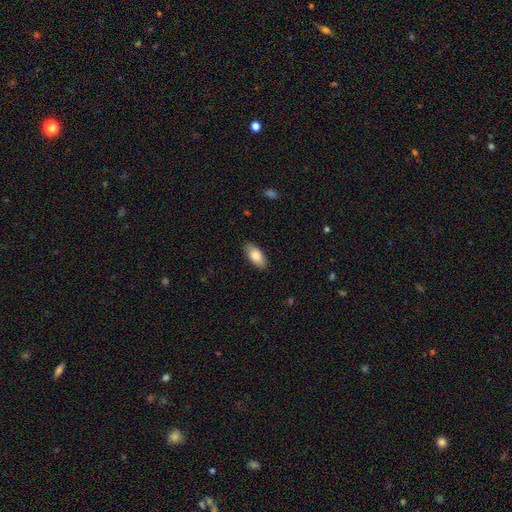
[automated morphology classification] This appears to be a smooth galaxy with no disk features (84%) that is in between round and cigar-shaped (90%). Merging: none (86%).